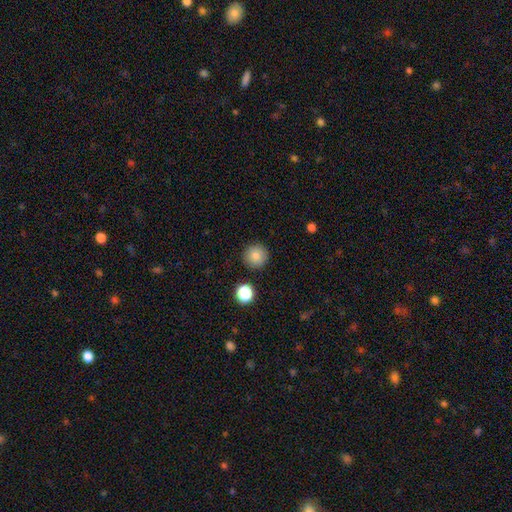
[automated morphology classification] type=smooth (85%); roundness=round (95%); merging=none (90%).